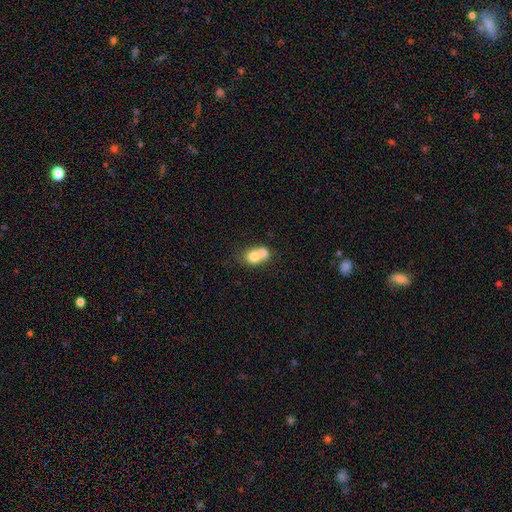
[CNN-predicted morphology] This appears to be a smooth galaxy with no disk features (69%) that is round (53%). Merging: merger (69%).